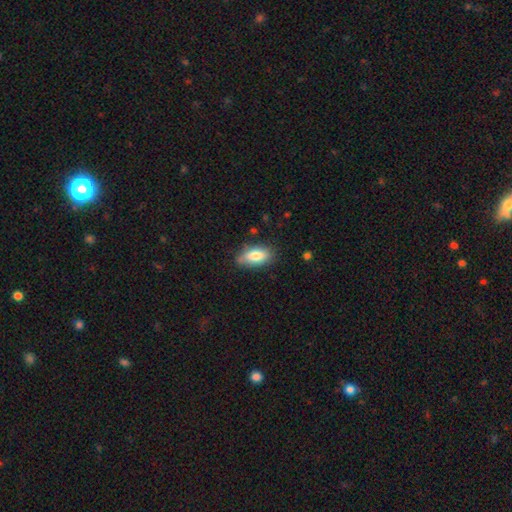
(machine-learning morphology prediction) This appears to be a smooth galaxy with no disk features (80%) that is in between round and cigar-shaped (88%). Merging: none (76%).